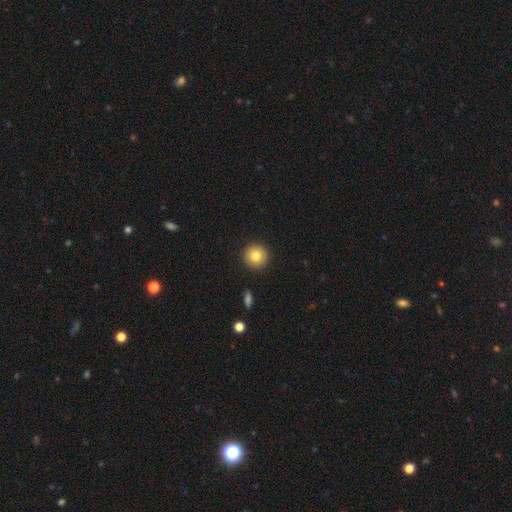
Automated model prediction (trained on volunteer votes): Morphology: type=smooth (81%); roundness=round (95%); merging=none (92%).